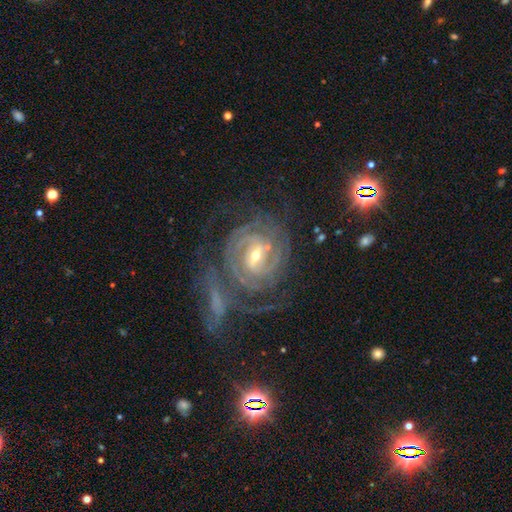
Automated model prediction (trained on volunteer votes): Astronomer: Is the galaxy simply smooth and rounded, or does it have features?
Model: featured or disk — 90%.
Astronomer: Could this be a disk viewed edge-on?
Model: no — 97%.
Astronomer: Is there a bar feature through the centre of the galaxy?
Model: weak — 48% (runner-up: strong, 34%).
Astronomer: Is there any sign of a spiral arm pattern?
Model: yes — 97%.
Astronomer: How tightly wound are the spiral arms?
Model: tight — 73%.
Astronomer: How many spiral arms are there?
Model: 2 — 32% (runner-up: can't tell, 24%).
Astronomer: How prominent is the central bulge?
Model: small — 53% (runner-up: moderate, 43%).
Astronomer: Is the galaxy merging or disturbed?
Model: none — 54%.